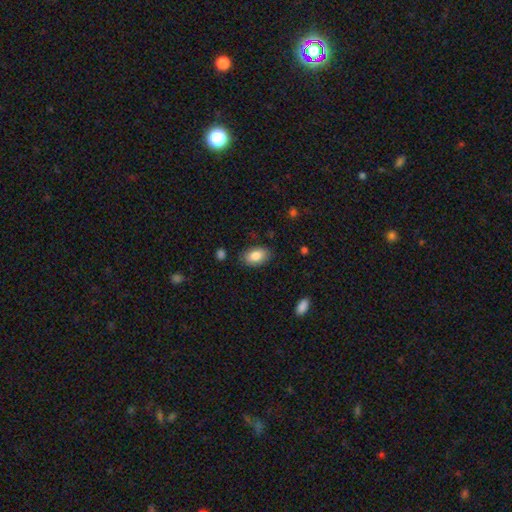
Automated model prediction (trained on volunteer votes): The model was most divided on "merging": none: 83%, minor disturbance: 13%, major disturbance: 3%, merger: 2%. More confident: how rounded — in between (92%); smooth or featured — smooth (86%).